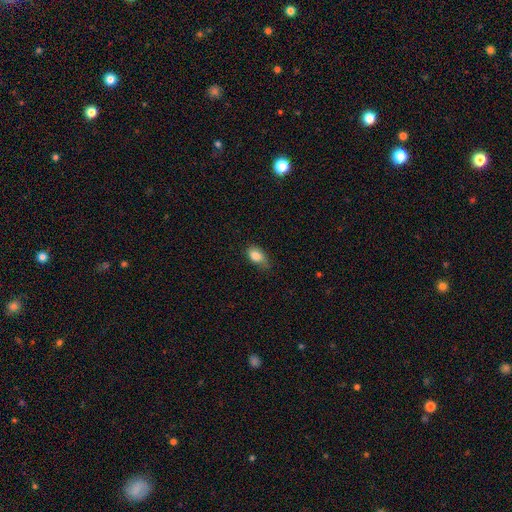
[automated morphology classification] type=smooth (84%); roundness=in between (86%); merging=none (62%).